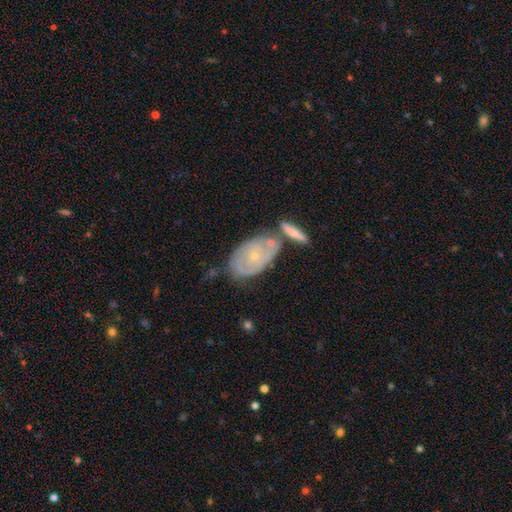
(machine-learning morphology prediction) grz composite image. It shows a featured or disk galaxy (62%) with no bar (84%), spiral arms (60%) and a small central bulge (75%). Merging: none (46%).